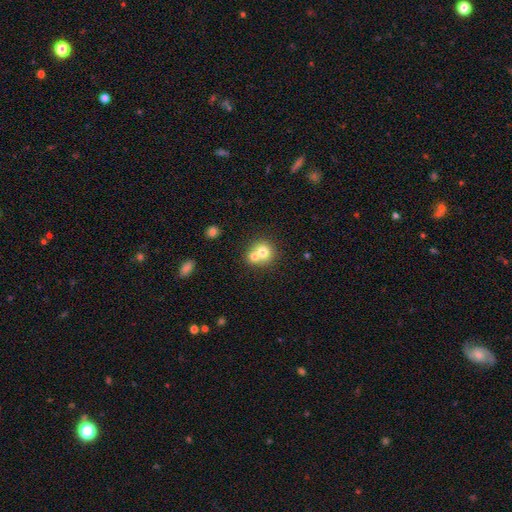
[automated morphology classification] Smooth or featured: smooth — 70% (featured or disk — 19%)
How rounded: round — 81% (in between — 19%)
Merging: merger — 58% (none — 34%)